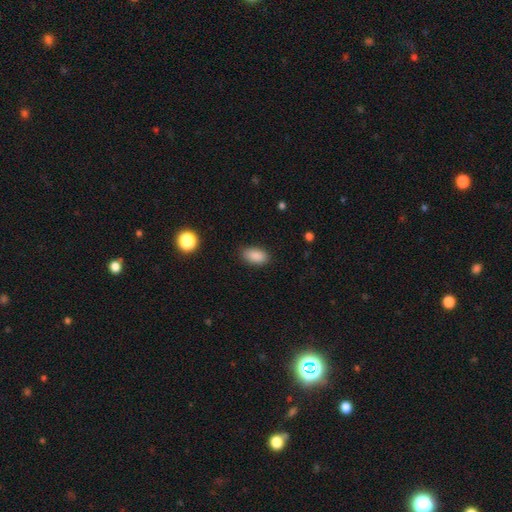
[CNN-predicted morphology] This is clearly a smooth galaxy (88%). How rounded: clearly in between (93%). Merging: clearly none (86%).